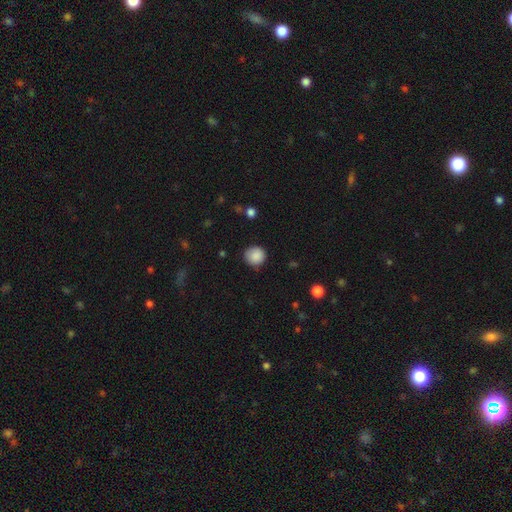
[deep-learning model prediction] smooth-or-featured: smooth: 88% | star or artifact: 8% | featured or disk: 4%
  how-rounded: round: 91% | in between: 8% | cigar-shaped: 1%
  merging: none: 81% | minor disturbance: 14% | major disturbance: 3% | merger: 1%